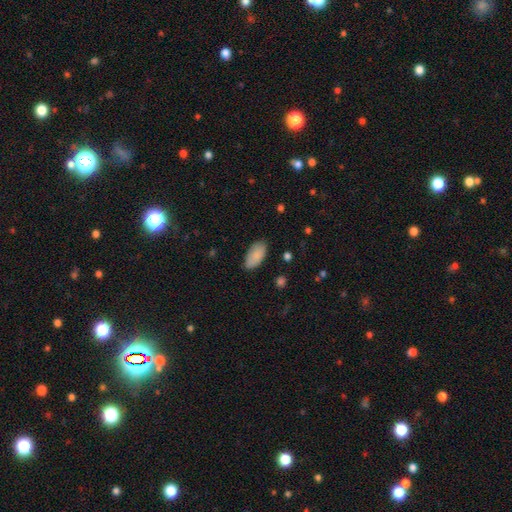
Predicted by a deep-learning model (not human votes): smooth-or-featured: smooth: 87% | star or artifact: 6% | featured or disk: 6%
  how-rounded: in between: 94% | cigar-shaped: 4% | round: 2%
  merging: none: 83% | minor disturbance: 13% | major disturbance: 3% | merger: 1%